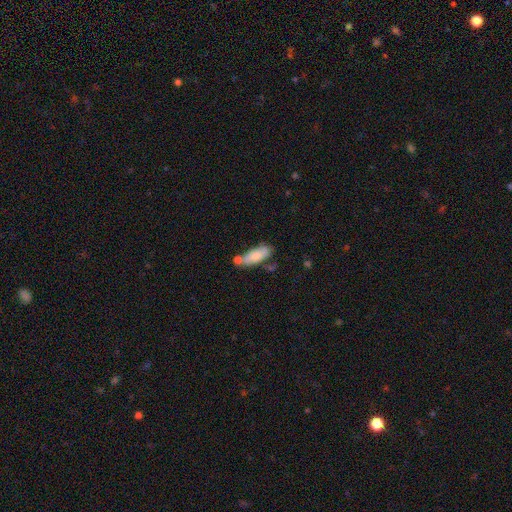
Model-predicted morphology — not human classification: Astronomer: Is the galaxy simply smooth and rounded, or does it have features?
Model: smooth — 70%.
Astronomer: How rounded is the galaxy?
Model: in between — 75%.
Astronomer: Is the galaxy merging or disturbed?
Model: none — 56%.